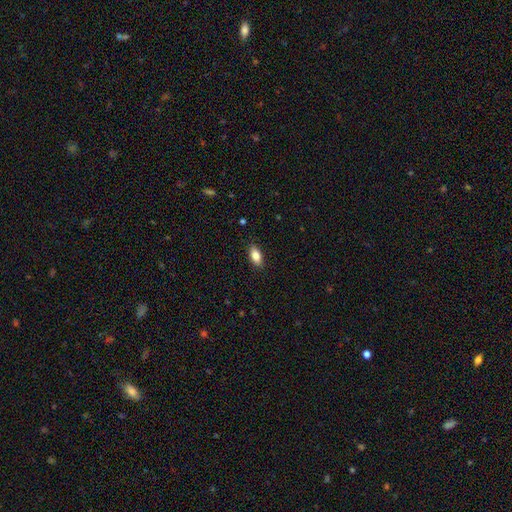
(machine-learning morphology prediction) Q: Smooth or featured?
A: smooth (85%); runner-up: featured or disk (7%)
Q: How rounded?
A: in between (89%); runner-up: cigar-shaped (8%)
Q: Merging?
A: none (87%); runner-up: minor disturbance (10%)